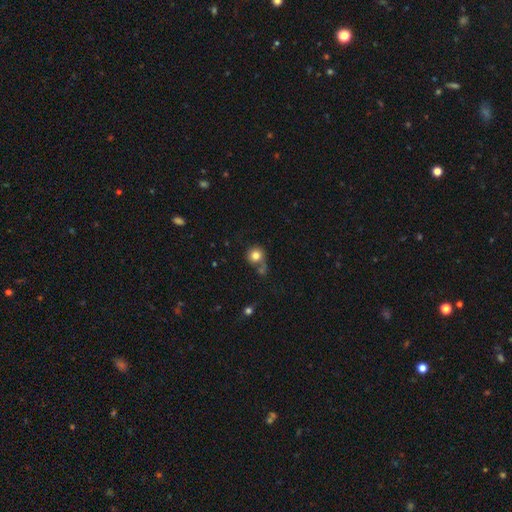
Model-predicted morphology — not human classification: A smooth galaxy with no disk features (80%) that is round (88%).

Vote fractions:
- Smooth or featured? smooth: 80% / featured or disk: 11% / star or artifact: 10%
- How rounded? round: 88% / in between: 11% / cigar-shaped: 1%
- Merging? none: 49% / merger: 25% / minor disturbance: 15% / major disturbance: 11%